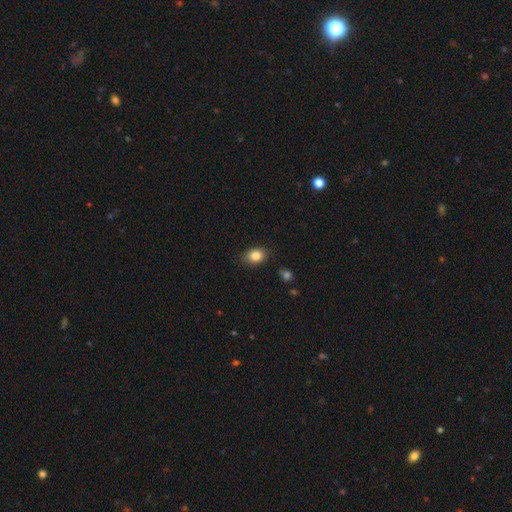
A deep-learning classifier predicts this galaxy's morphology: type=smooth (85%); roundness=in between (72%); merging=none (84%).